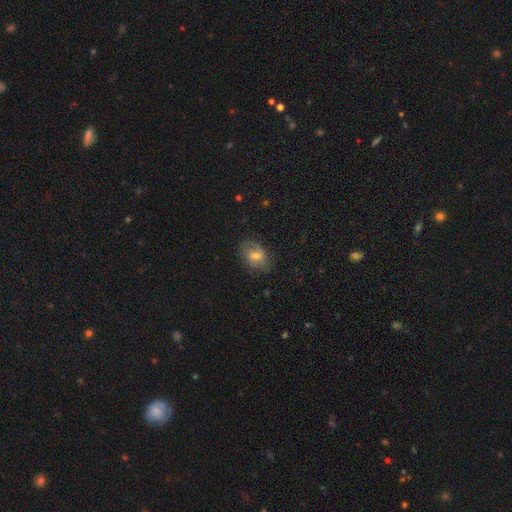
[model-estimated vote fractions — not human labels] Overall: smooth (52%; featured or disk 39%). How rounded: in between (77%). Merging: none (70%).